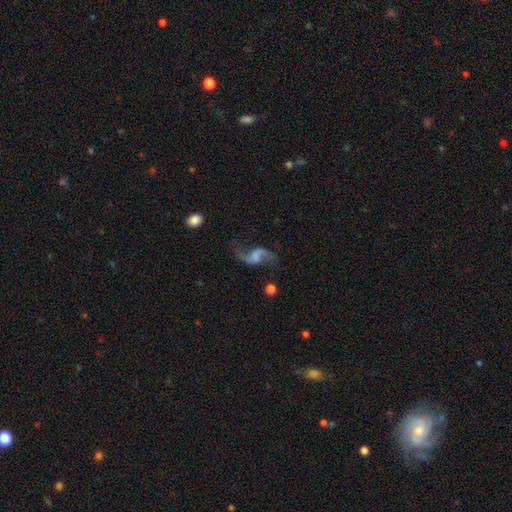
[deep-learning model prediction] Overall: featured or disk (86%). Edge-on disk: no (97%). Bar: weak (44%; no 41%). Spiral arms: yes (95%). Spiral arm count: 2 (93%). Spiral winding: loose (89%). Bulge size: none (57%; small 22%). Merging: none (68%).